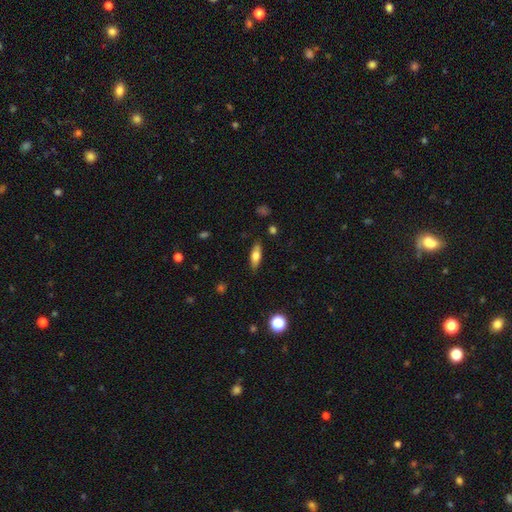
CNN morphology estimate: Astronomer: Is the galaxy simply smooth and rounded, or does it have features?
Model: smooth — 69%.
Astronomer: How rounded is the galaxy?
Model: in between — 64%.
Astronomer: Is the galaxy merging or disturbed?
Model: none — 85%.